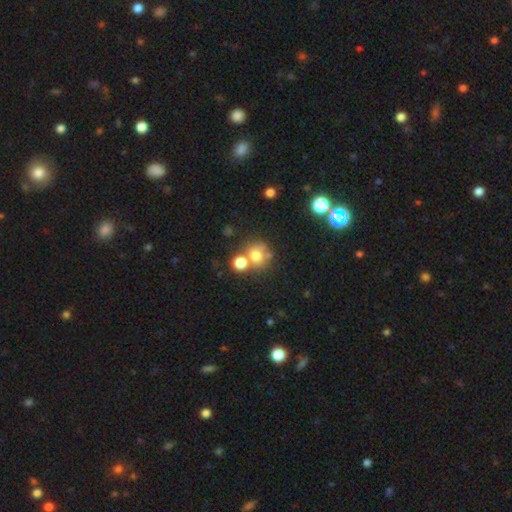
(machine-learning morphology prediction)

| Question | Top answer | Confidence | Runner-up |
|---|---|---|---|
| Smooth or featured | smooth | 69% | star or artifact (16%) |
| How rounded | round | 79% | in between (20%) |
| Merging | none | 47% | merger (37%) |